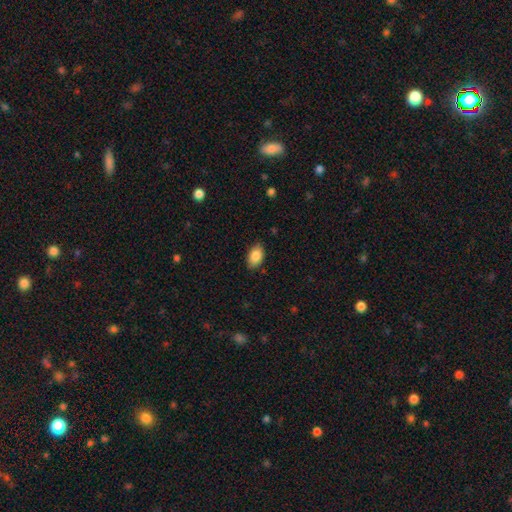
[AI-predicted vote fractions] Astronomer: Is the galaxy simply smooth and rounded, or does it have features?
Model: smooth — 86%.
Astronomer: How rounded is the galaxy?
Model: in between — 89%.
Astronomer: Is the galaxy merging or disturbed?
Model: none — 84%.